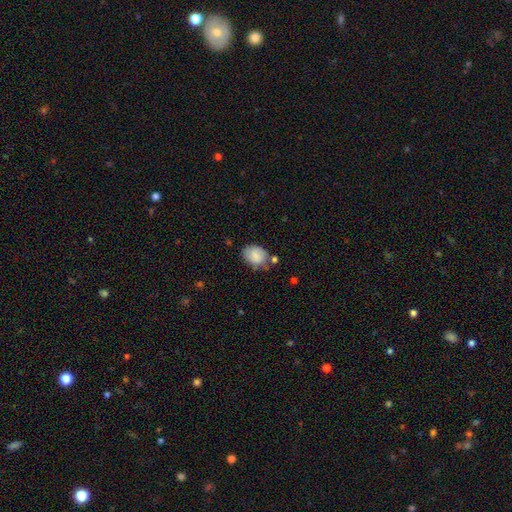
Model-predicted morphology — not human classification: Q: Smooth or featured?
A: smooth (82%); runner-up: featured or disk (11%)
Q: How rounded?
A: in between (69%); runner-up: round (30%)
Q: Merging?
A: none (62%); runner-up: minor disturbance (24%)